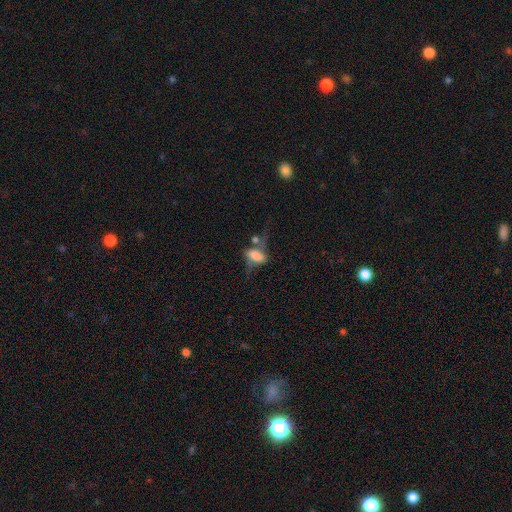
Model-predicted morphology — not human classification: A smooth galaxy with no disk features (56%) that is in between round and cigar-shaped (83%).

Vote fractions:
- Smooth or featured? smooth: 56% / featured or disk: 33% / star or artifact: 11%
- How rounded? in between: 83% / cigar-shaped: 9% / round: 8%
- Merging? none: 31% / major disturbance: 28% / minor disturbance: 21% / merger: 20%